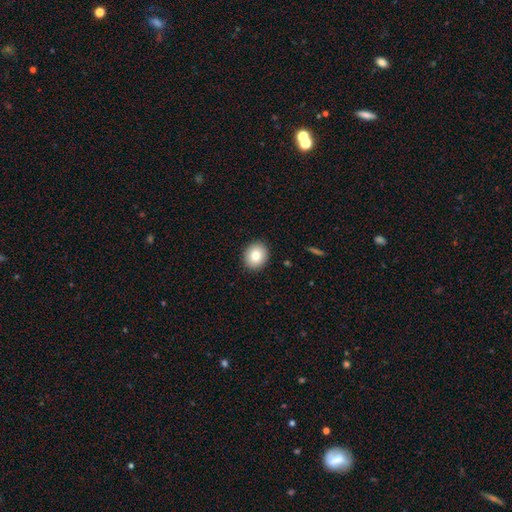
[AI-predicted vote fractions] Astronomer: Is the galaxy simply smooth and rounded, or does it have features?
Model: smooth — 82%.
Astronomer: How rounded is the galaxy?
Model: round — 74%.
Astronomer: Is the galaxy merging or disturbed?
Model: none — 91%.